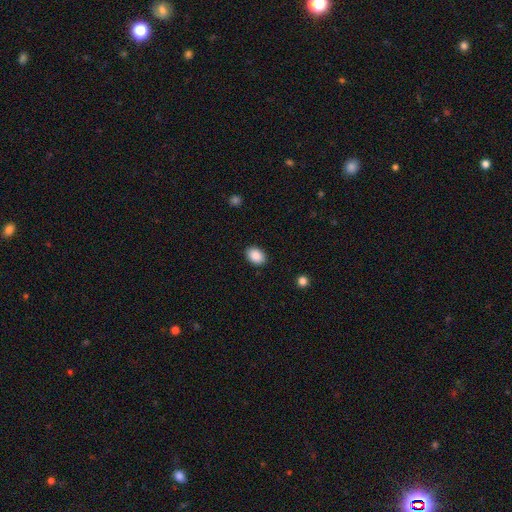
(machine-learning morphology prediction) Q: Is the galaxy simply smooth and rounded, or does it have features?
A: smooth — 89%.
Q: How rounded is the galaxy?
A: in between — 78%.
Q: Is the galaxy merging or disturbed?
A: none — 89%.